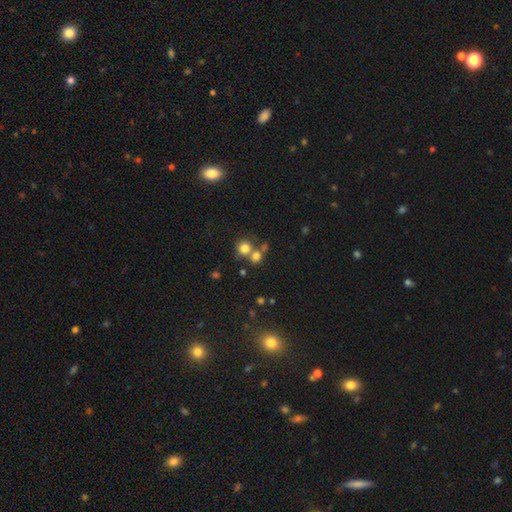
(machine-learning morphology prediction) Smooth or featured: smooth — 74% (star or artifact — 16%)
How rounded: round — 84% (in between — 15%)
Merging: none — 48% (merger — 41%)